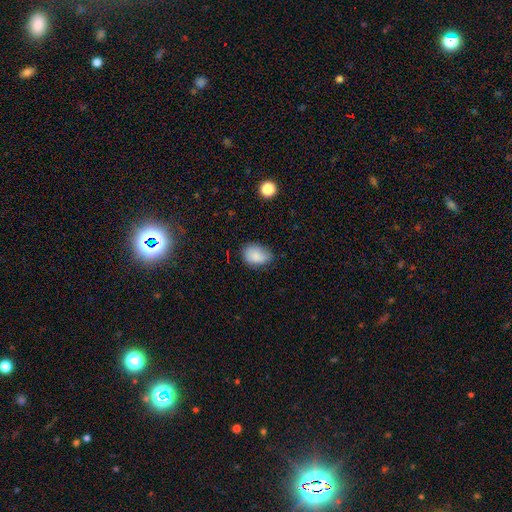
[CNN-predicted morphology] Q: Smooth or featured?
A: smooth (86%); runner-up: star or artifact (8%)
Q: How rounded?
A: in between (77%); runner-up: round (22%)
Q: Merging?
A: none (63%); runner-up: minor disturbance (30%)